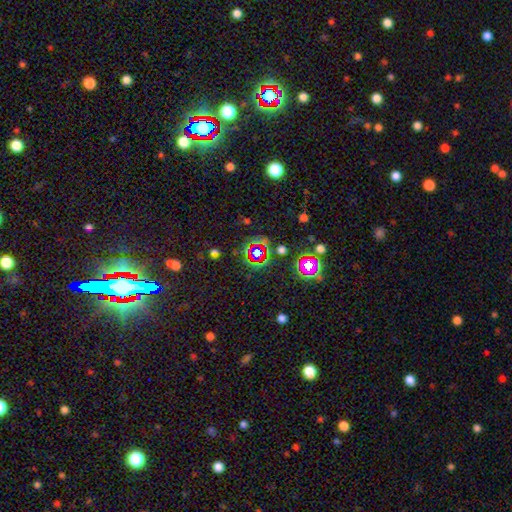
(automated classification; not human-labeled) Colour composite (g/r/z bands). It shows a star or artifact, not a galaxy (65%).